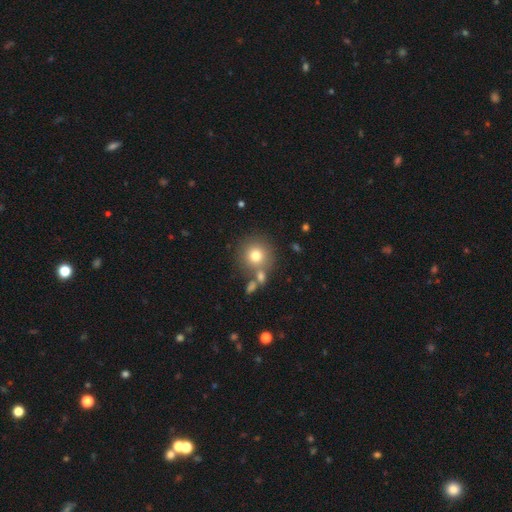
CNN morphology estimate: This is likely a smooth galaxy (76%). How rounded: clearly round (93%). Merging: likely none (71%).